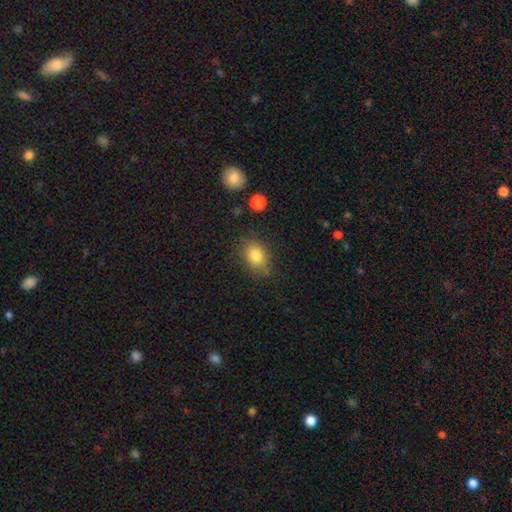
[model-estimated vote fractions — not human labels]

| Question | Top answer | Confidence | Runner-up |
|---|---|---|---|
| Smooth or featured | smooth | 82% | star or artifact (10%) |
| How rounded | in between | 63% | round (36%) |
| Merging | none | 76% | minor disturbance (17%) |